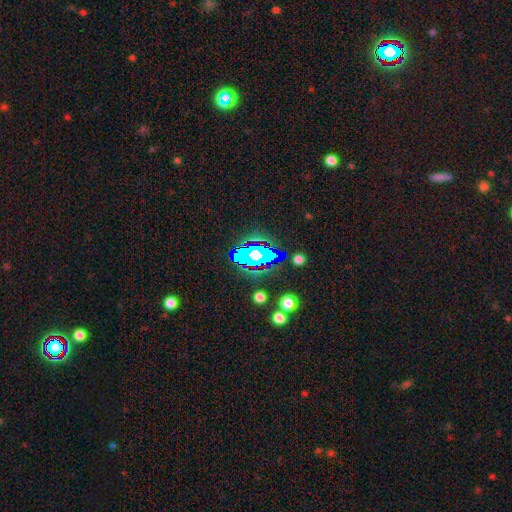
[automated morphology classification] Q: Smooth or featured?
A: star or artifact (58%); runner-up: smooth (24%)